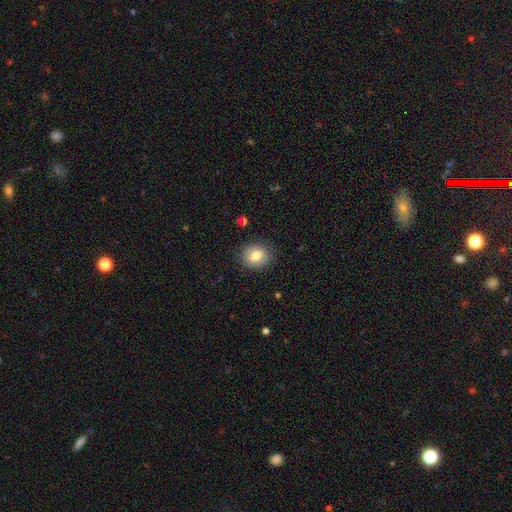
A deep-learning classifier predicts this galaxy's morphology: Overall: smooth (79%). How rounded: round (66%; in between 33%). Merging: none (87%).